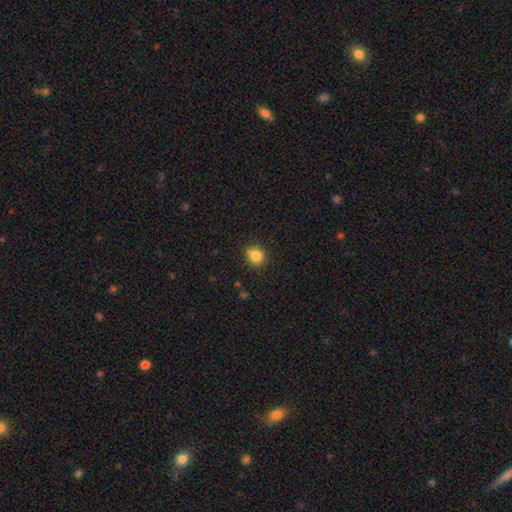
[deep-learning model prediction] The model was most divided on "how rounded": round: 74%, in between: 25%, cigar-shaped: 1%. More confident: smooth or featured — smooth (85%); merging — none (79%).